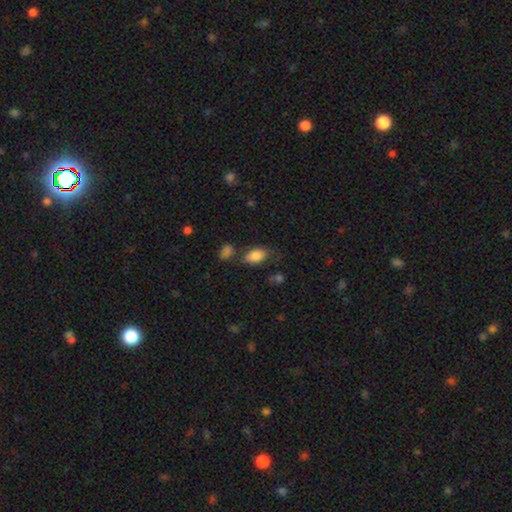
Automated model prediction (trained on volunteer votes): smooth 83%, featured or disk 9%, star or artifact 8%. Down the decision tree: how rounded — in between (90%); merging — none (56%).